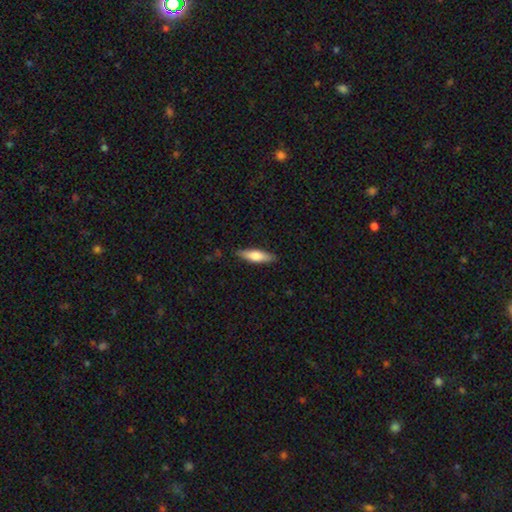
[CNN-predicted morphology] This is likely a smooth galaxy (68%). How rounded: likely cigar-shaped (63%). Merging: clearly none (87%).